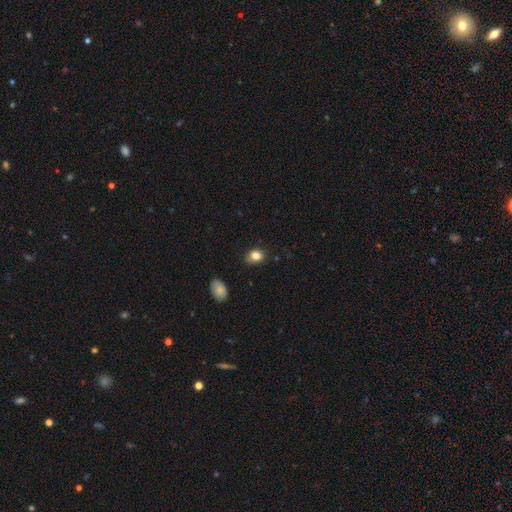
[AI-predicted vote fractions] The model was most divided on "how rounded": in between: 59%, round: 40%, cigar-shaped: 1%. More confident: smooth or featured — smooth (84%); merging — none (80%).